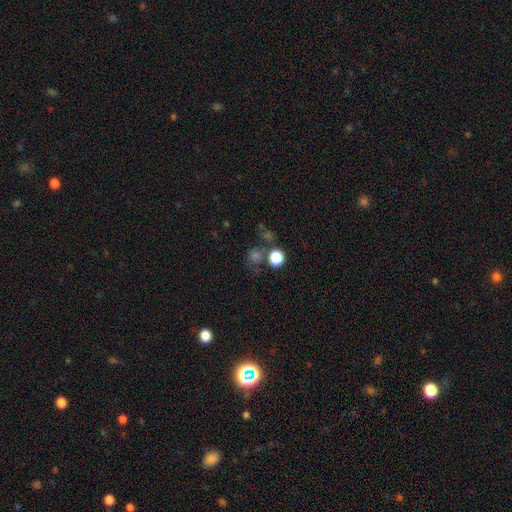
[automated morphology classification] The model was most divided on "smooth or featured": smooth: 62%, star or artifact: 29%, featured or disk: 9%. More confident: how rounded — round (85%); merging — none (65%).